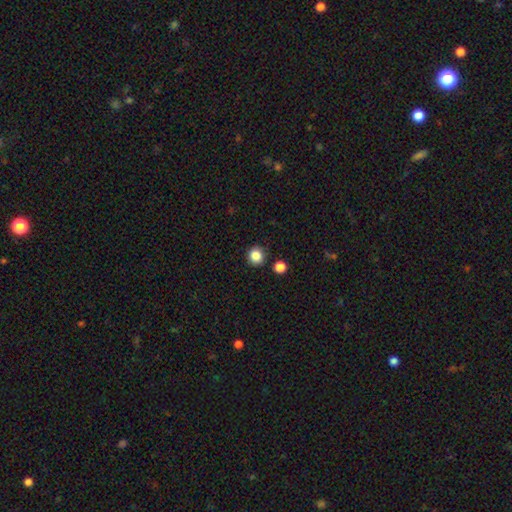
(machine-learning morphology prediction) smooth_or_featured: smooth (p=0.86) [alt: star or artifact p=0.11]
how_rounded: round (p=0.90) [alt: in between p=0.09]
merging: none (p=0.87) [alt: minor disturbance p=0.07]